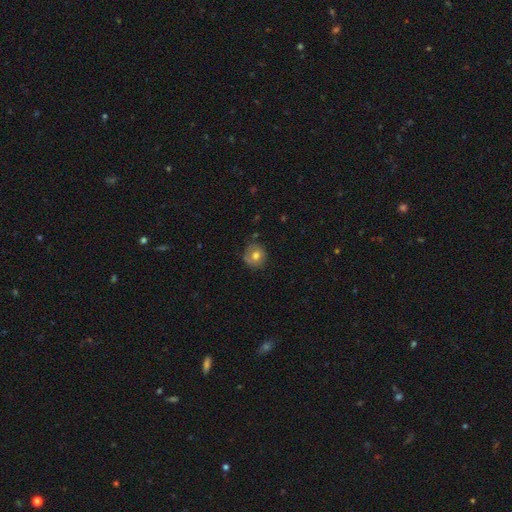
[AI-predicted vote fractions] smooth_or_featured: smooth (p=0.70) [alt: featured or disk p=0.21]
how_rounded: round (p=0.85) [alt: in between p=0.14]
merging: none (p=0.74) [alt: minor disturbance p=0.20]